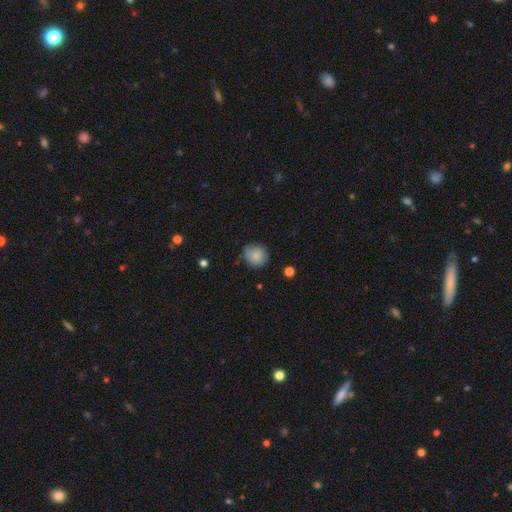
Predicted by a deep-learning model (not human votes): A smooth galaxy with no disk features (78%) that is round (79%). Merging: none (72%).